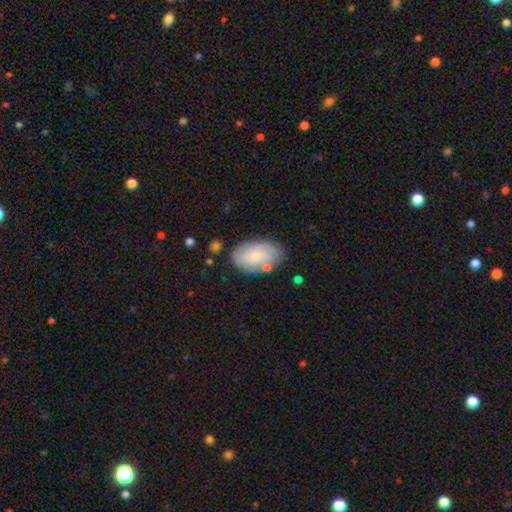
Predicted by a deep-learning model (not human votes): Morphology: type=smooth (48%); merging=none (72%).